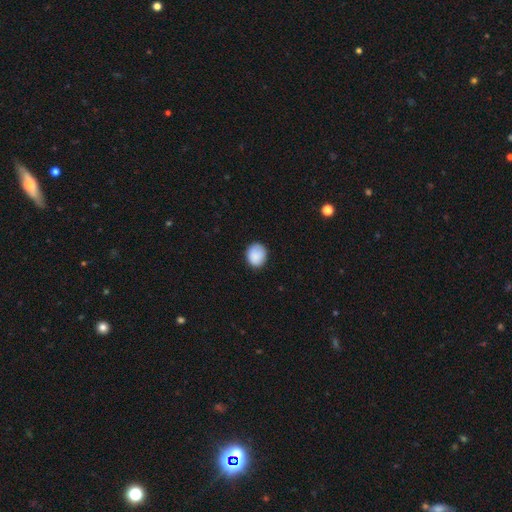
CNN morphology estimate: smooth_or_featured: smooth (p=0.88) [alt: star or artifact p=0.07]
how_rounded: round (p=0.68) [alt: in between p=0.31]
merging: none (p=0.82) [alt: minor disturbance p=0.14]